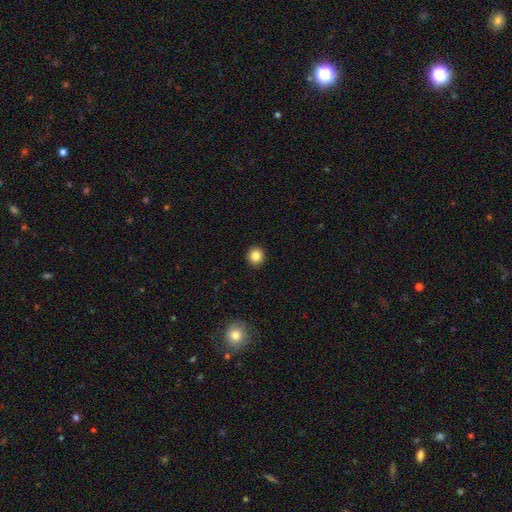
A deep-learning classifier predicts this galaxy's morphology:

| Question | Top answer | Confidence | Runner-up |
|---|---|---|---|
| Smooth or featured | smooth | 85% | star or artifact (10%) |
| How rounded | round | 92% | in between (7%) |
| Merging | none | 93% | minor disturbance (4%) |